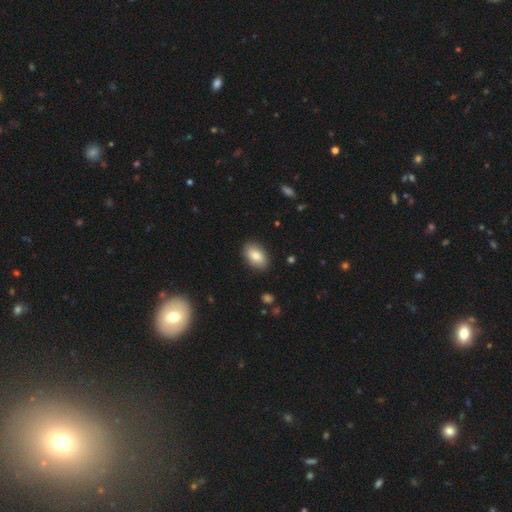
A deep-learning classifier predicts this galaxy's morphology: This is clearly a smooth galaxy (83%). How rounded: clearly in between (91%). Merging: clearly none (88%).